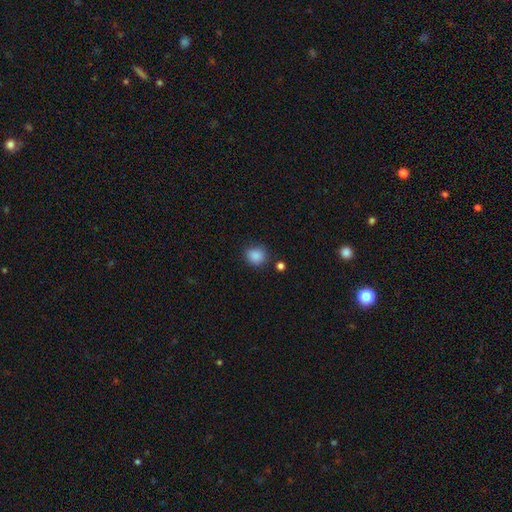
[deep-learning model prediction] smooth_or_featured: smooth (p=0.87) [alt: star or artifact p=0.10]
how_rounded: round (p=0.81) [alt: in between p=0.18]
merging: none (p=0.83) [alt: minor disturbance p=0.11]